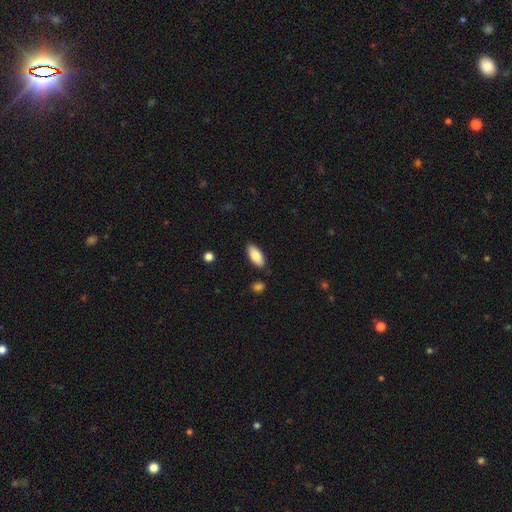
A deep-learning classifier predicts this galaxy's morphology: type=smooth (79%); roundness=in between (86%); merging=none (87%).